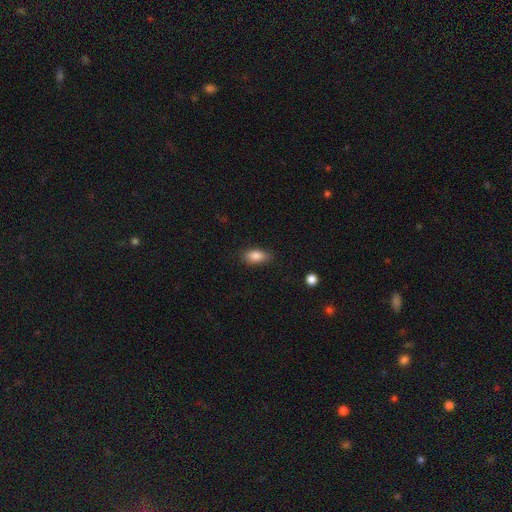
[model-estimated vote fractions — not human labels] Q: Smooth or featured?
A: smooth (84%); runner-up: featured or disk (9%)
Q: How rounded?
A: in between (86%); runner-up: cigar-shaped (8%)
Q: Merging?
A: none (81%); runner-up: minor disturbance (15%)